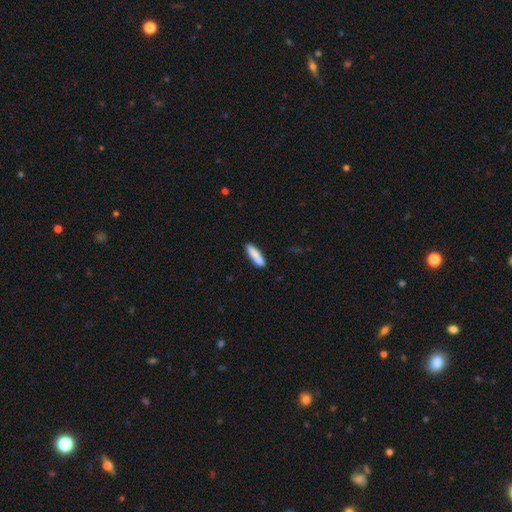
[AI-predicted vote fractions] This is clearly a smooth galaxy (86%). How rounded: likely cigar-shaped (75%). Merging: clearly none (86%).